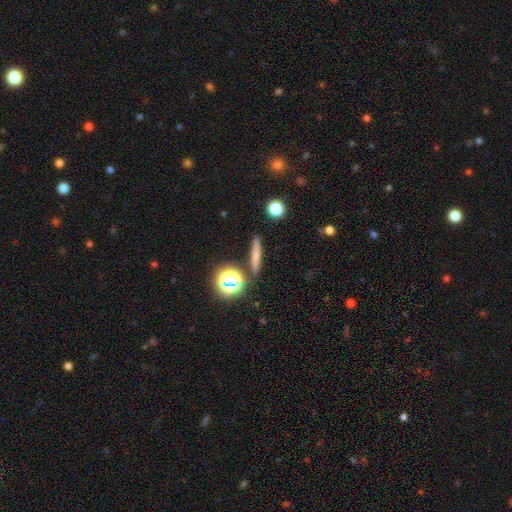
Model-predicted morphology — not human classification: The model was most divided on "smooth or featured": smooth: 65%, featured or disk: 20%, star or artifact: 15%. More confident: merging — none (86%); how rounded — cigar-shaped (83%).